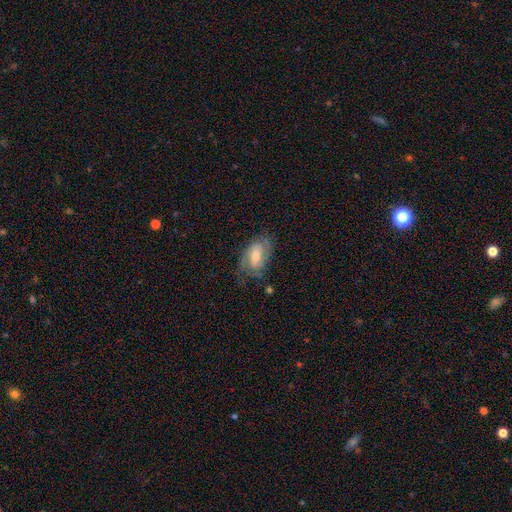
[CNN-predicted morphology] featured or disk 65%, smooth 27%, star or artifact 8%. Down the decision tree: edge-on disk — no (94%); bar — weak (47%); spiral arms — yes (86%); spiral arm count — 2 (58%); spiral winding — medium (42%); bulge size — moderate (59%); merging — none (63%).